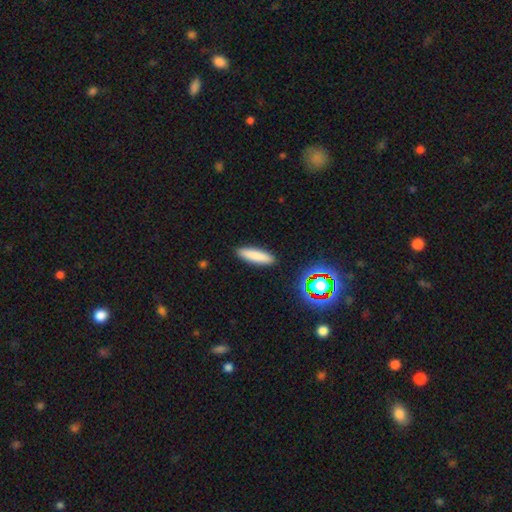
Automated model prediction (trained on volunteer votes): A smooth galaxy with no disk features (82%) that is cigar-shaped (72%). Merging: none (90%).